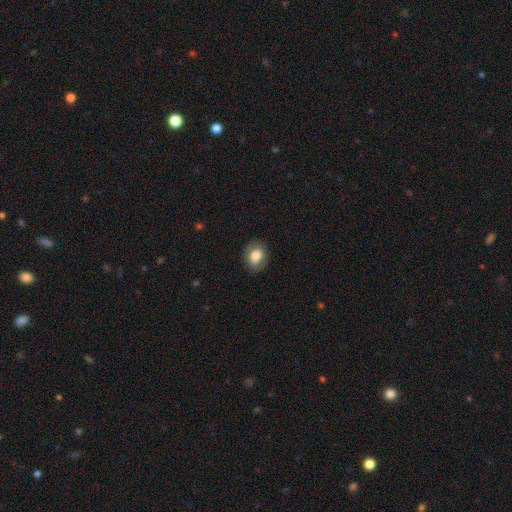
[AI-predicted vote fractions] Morphology: type=smooth (79%); roundness=in between (63%); merging=none (84%).